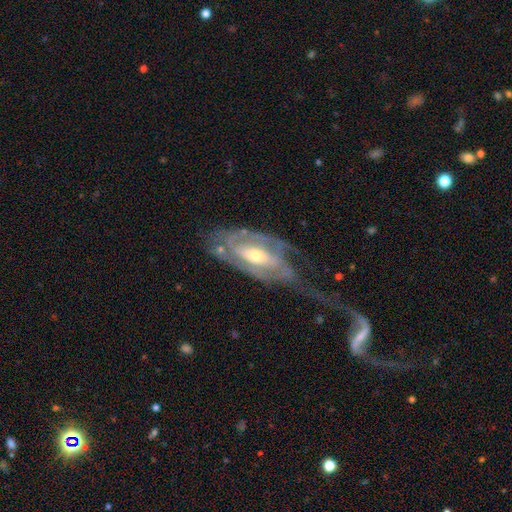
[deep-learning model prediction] featured or disk 82%, smooth 13%, star or artifact 5%. Down the decision tree: edge-on disk — no (91%); bar — no (42%); spiral arms — yes (85%); spiral arm count — 2 (44%); spiral winding — tight (50%); bulge size — moderate (52%); merging — major disturbance (37%).